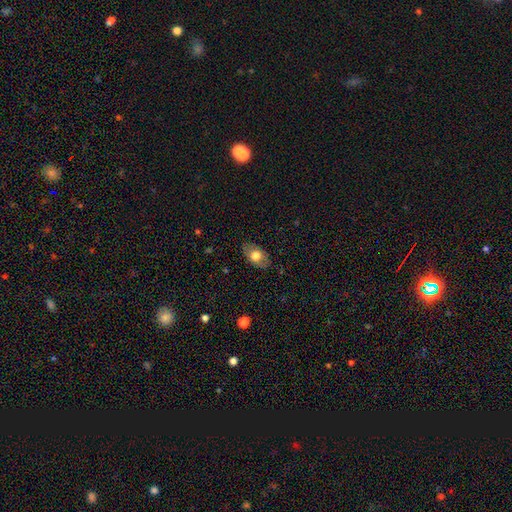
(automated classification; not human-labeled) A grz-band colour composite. It shows a smooth galaxy with no disk features (70%) that is in between round and cigar-shaped (88%). Merging: none (82%).